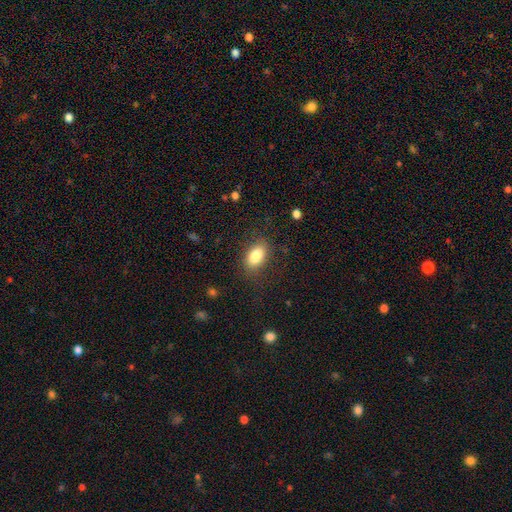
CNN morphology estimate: A smooth galaxy with no disk features (83%) that is in between round and cigar-shaped (89%). Merging: none (82%).